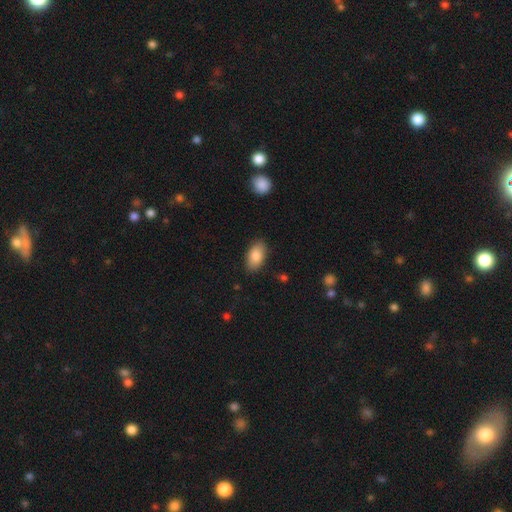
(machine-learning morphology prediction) This is clearly a smooth galaxy (85%). How rounded: clearly in between (93%). Merging: clearly none (85%).